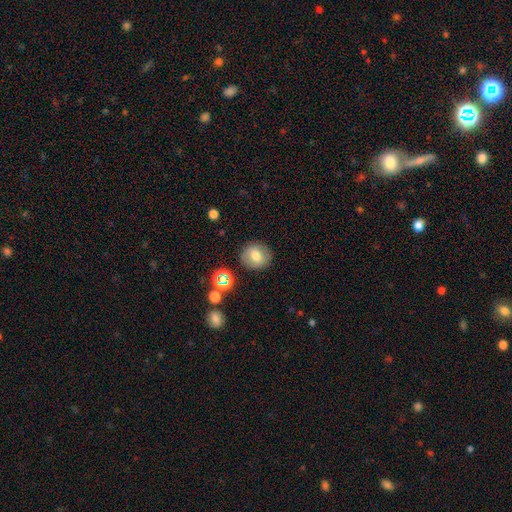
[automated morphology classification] Smooth or featured?
  - smooth: 72% *
  - featured or disk: 16%
  - star or artifact: 12%
How rounded?
  - round: 84% *
  - in between: 15%
  - cigar-shaped: 1%
Merging?
  - none: 87% *
  - minor disturbance: 8%
  - major disturbance: 3%
  - merger: 2%